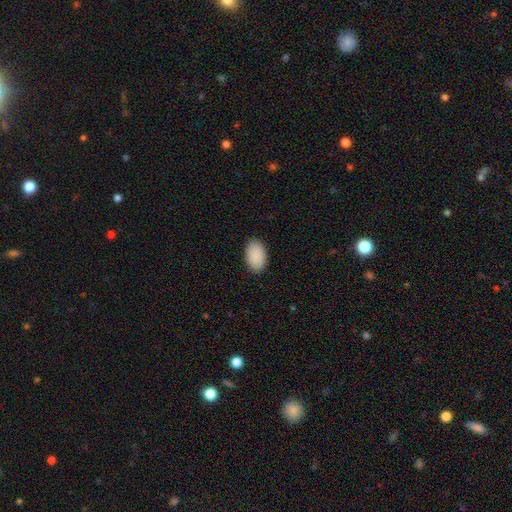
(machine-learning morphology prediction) smooth 91%, star or artifact 6%, featured or disk 3%. Down the decision tree: how rounded — in between (93%); merging — none (88%).